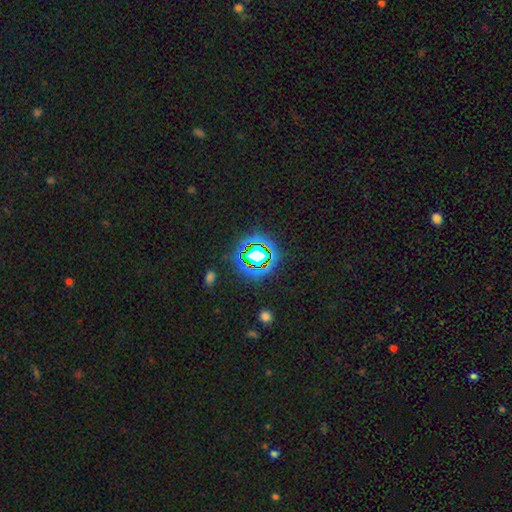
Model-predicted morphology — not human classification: Smooth or featured: star or artifact — 68% (smooth — 19%)